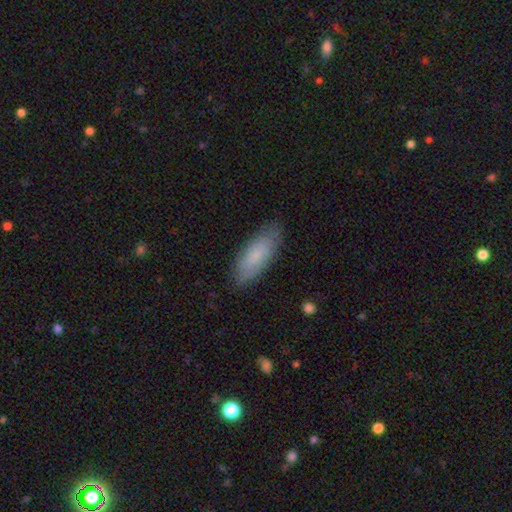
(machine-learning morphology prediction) A smooth galaxy with no disk features (79%) that is in between round and cigar-shaped (70%). Merging: none (83%).